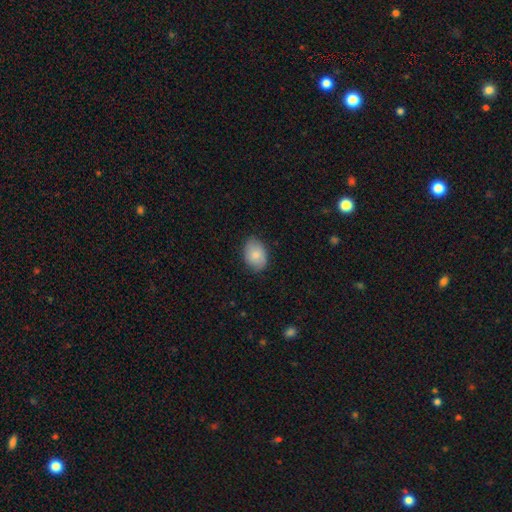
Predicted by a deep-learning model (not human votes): Smooth or featured: smooth — 82% (featured or disk — 12%)
How rounded: in between — 76% (round — 23%)
Merging: none — 81% (minor disturbance — 15%)